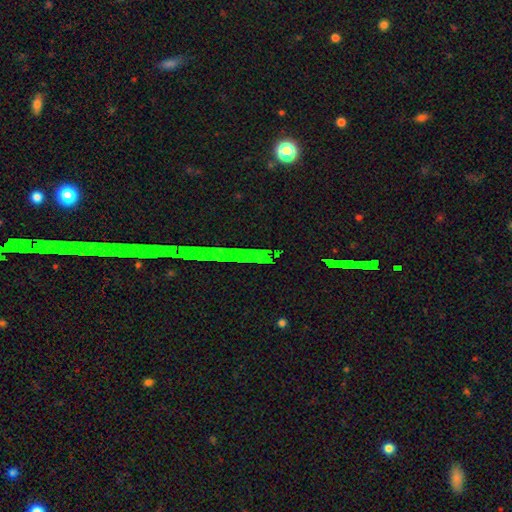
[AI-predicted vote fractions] Smooth or featured?
  - star or artifact: 77% *
  - smooth: 12%
  - featured or disk: 11%